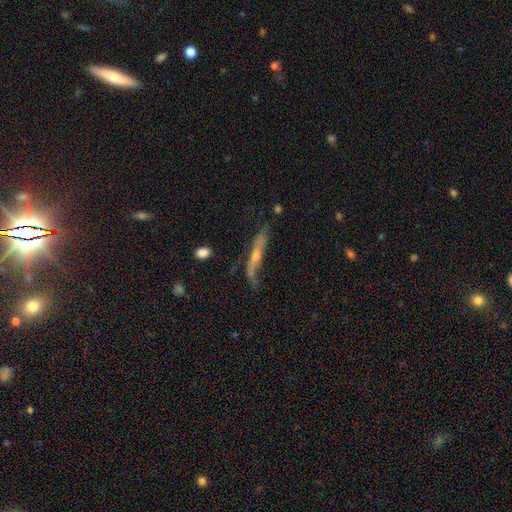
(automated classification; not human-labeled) smooth-or-featured: featured or disk: 66% | smooth: 27% | star or artifact: 8%
  disk-edge-on: yes: 79% | no: 21%
    edge-on-bulge: rounded: 70% | none: 24% | boxy: 5%
  merging: none: 57% | minor disturbance: 28% | major disturbance: 12% | merger: 3%